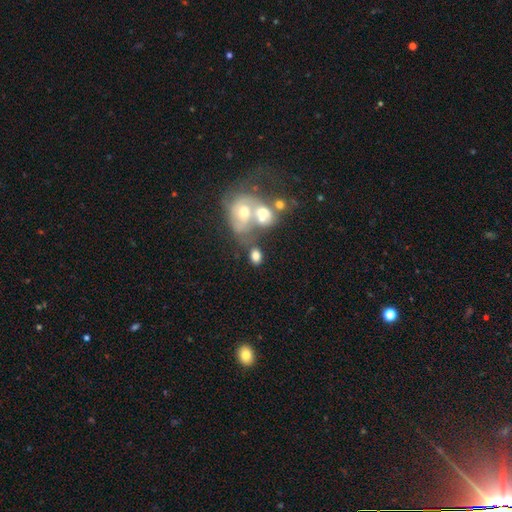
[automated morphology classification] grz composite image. It shows a smooth galaxy with no disk features (71%) that is in between round and cigar-shaped (70%). Merging: none (40%).